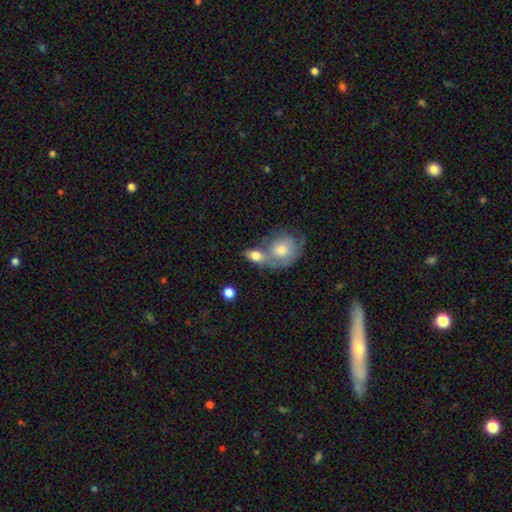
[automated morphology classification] This is likely a smooth galaxy (77%). How rounded: likely in between (70%). Merging: possibly merger (49%).